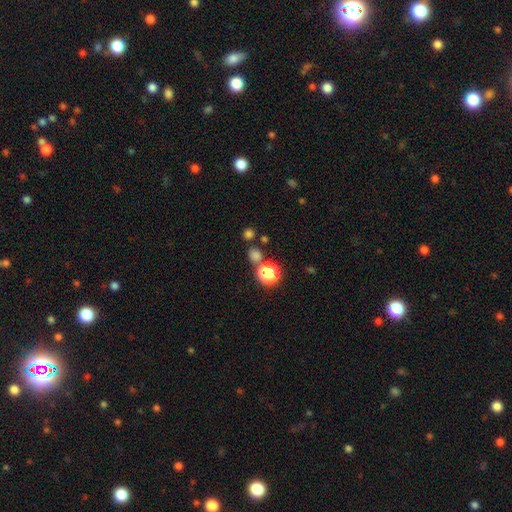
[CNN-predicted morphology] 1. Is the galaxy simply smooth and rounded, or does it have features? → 69% smooth, 26% star or artifact, 5% featured or disk.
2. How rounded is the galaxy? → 85% round, 14% in between, 1% cigar-shaped.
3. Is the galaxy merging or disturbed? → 77% none, 13% merger, 8% minor disturbance, 3% major disturbance.